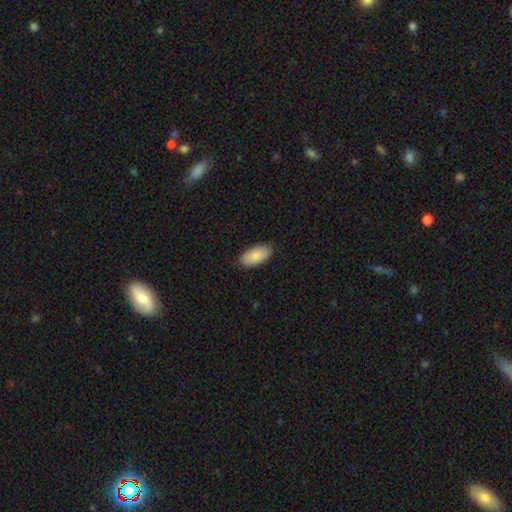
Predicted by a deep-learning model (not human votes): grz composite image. It shows a smooth galaxy with no disk features (86%) that is in between round and cigar-shaped (94%). Merging: none (87%).